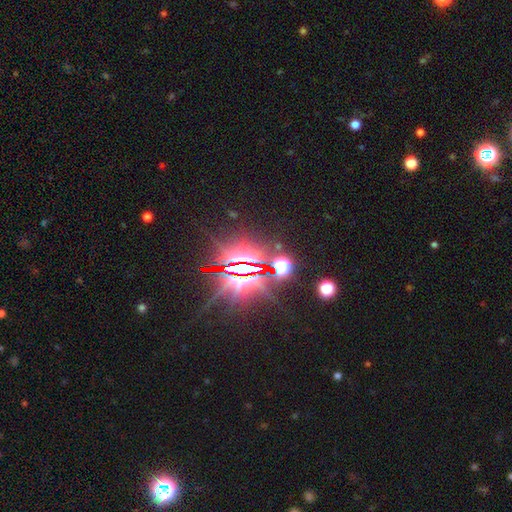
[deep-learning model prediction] A star or artifact, not a galaxy (85%).

Vote fractions:
- Smooth or featured? star or artifact: 85% / featured or disk: 8% / smooth: 6%